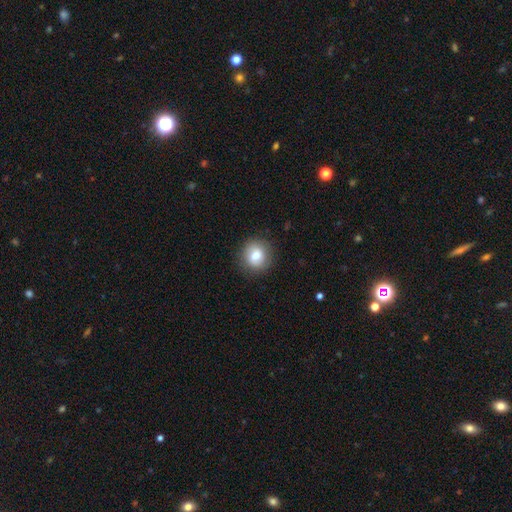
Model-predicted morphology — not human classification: smooth-or-featured: smooth: 77% | featured or disk: 14% | star or artifact: 9%
  how-rounded: round: 88% | in between: 11% | cigar-shaped: 1%
  merging: none: 87% | minor disturbance: 9% | major disturbance: 3% | merger: 1%